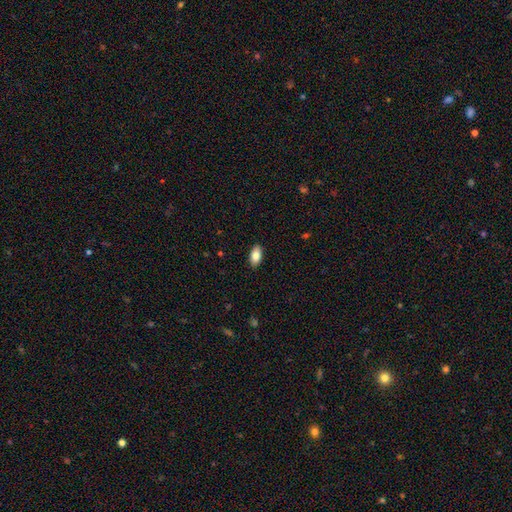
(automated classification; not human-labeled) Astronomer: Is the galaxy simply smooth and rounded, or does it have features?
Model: smooth — 81%.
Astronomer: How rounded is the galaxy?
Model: in between — 92%.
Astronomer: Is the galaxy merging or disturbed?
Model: none — 89%.